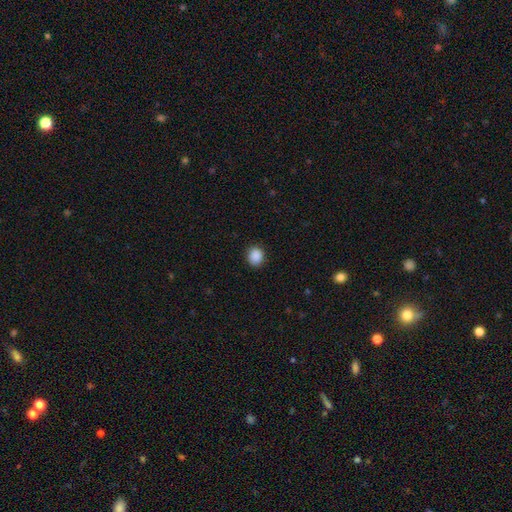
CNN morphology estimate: A smooth galaxy with no disk features (89%) that is round (73%). Merging: none (89%).